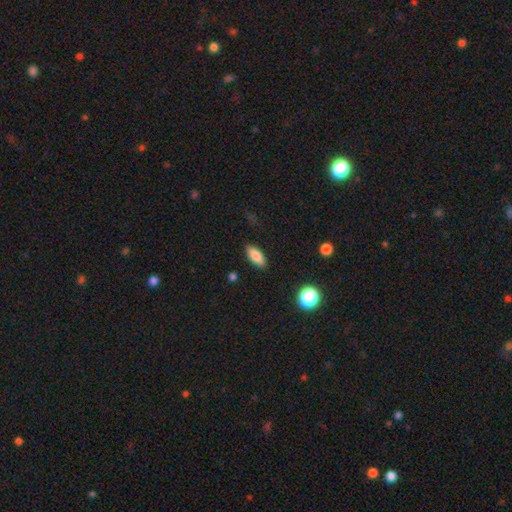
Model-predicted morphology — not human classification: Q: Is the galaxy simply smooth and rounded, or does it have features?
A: smooth — 84%.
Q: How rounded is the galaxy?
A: in between — 81%.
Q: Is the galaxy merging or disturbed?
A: none — 88%.